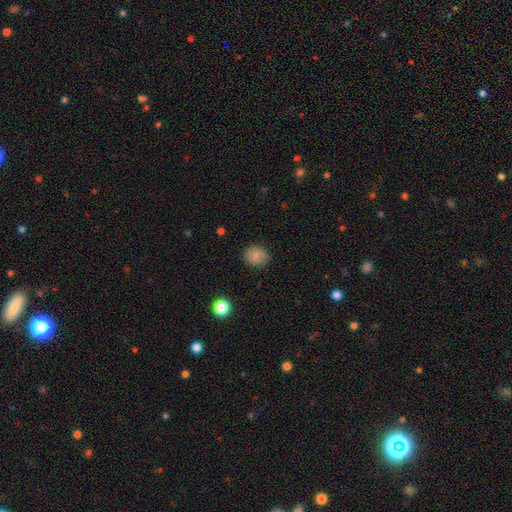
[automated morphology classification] Q: Smooth or featured?
A: smooth (84%); runner-up: star or artifact (9%)
Q: How rounded?
A: round (71%); runner-up: in between (28%)
Q: Merging?
A: none (86%); runner-up: minor disturbance (11%)